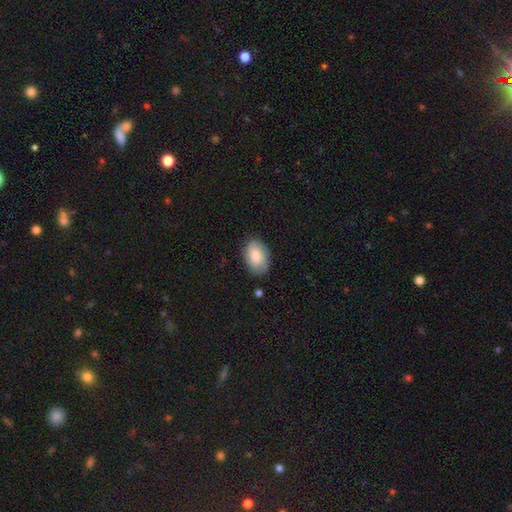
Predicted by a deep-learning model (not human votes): Smooth or featured? Predicted: smooth (p=0.70). How rounded? Predicted: in between (p=0.87). Merging? Predicted: none (p=0.78).